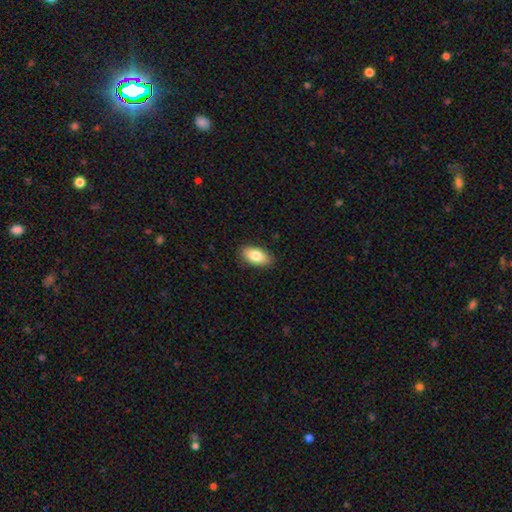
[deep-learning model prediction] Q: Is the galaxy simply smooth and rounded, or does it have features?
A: smooth — 82%.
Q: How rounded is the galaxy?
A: in between — 92%.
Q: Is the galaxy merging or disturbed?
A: none — 87%.